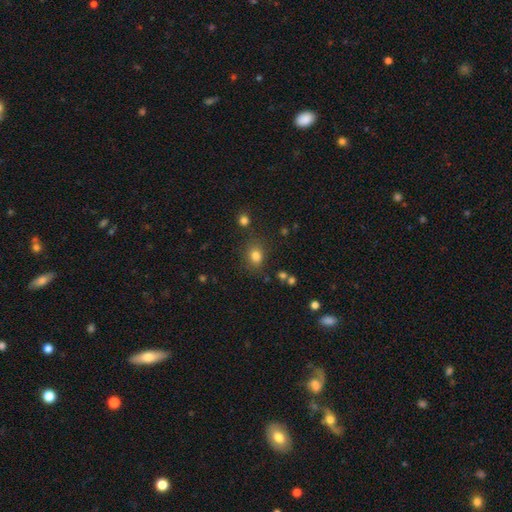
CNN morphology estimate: Smooth or featured?
  - smooth: 81% *
  - star or artifact: 13%
  - featured or disk: 6%
How rounded?
  - round: 57% *
  - in between: 42%
  - cigar-shaped: 1%
Merging?
  - none: 78% *
  - minor disturbance: 12%
  - merger: 5%
  - major disturbance: 4%